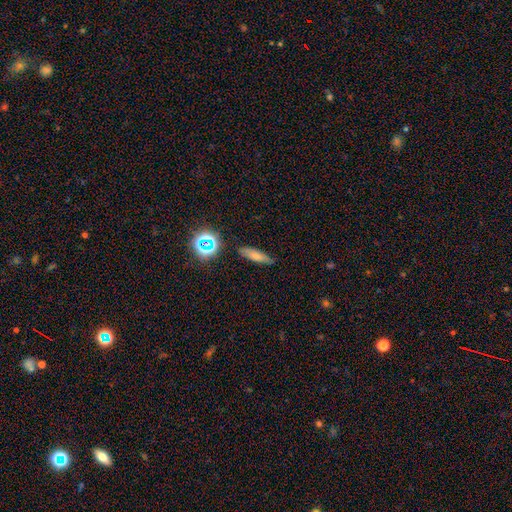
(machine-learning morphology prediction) Smooth or featured? smooth (68%)
How rounded? cigar-shaped (63%)
Merging? none (82%)